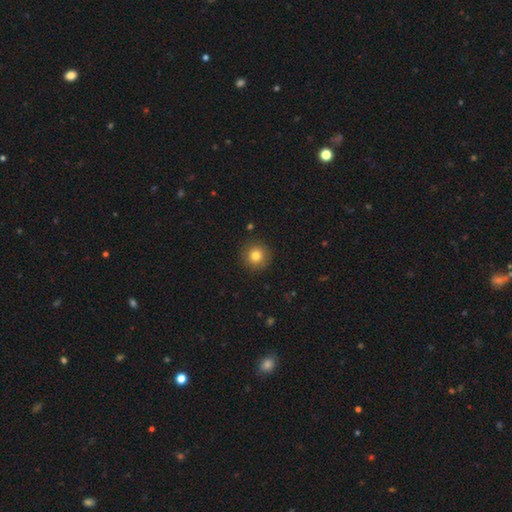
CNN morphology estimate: This is clearly a smooth galaxy (80%). How rounded: clearly round (95%). Merging: clearly none (91%).